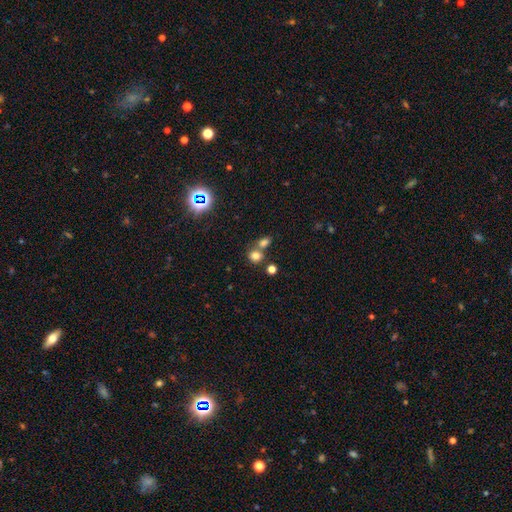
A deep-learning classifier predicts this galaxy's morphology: Smooth or featured? Predicted: smooth (p=0.76). How rounded? Predicted: round (p=0.74). Merging? Predicted: none (p=0.49).